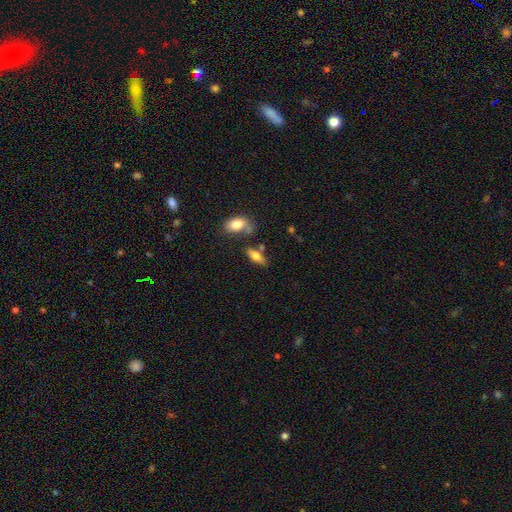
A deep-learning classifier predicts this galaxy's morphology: smooth_or_featured: smooth (p=0.64) [alt: featured or disk p=0.27]
how_rounded: in between (p=0.71) [alt: cigar-shaped p=0.25]
merging: none (p=0.65) [alt: minor disturbance p=0.15]